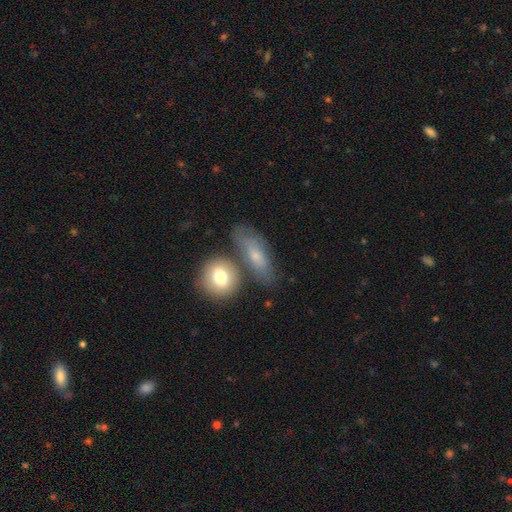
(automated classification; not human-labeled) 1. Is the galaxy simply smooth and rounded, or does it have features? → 63% smooth, 29% featured or disk, 9% star or artifact.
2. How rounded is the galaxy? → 60% in between, 25% cigar-shaped, 16% round.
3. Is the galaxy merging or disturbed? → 55% none, 21% merger, 17% minor disturbance, 6% major disturbance.